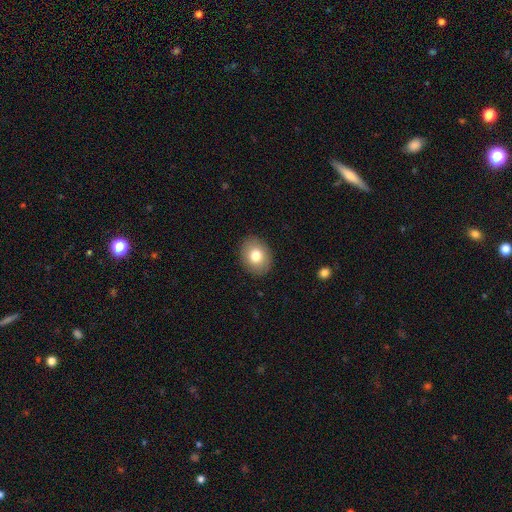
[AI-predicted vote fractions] A smooth galaxy with no disk features (79%) that is in between round and cigar-shaped (55%). Merging: none (89%).